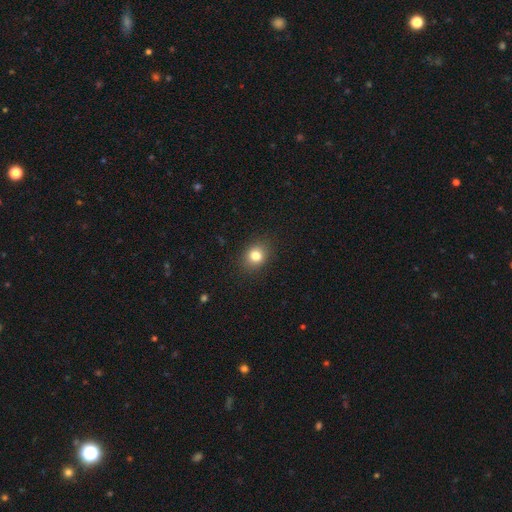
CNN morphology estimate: The model was most divided on "how rounded": round: 60%, in between: 39%, cigar-shaped: 1%. More confident: merging — none (88%); smooth or featured — smooth (81%).